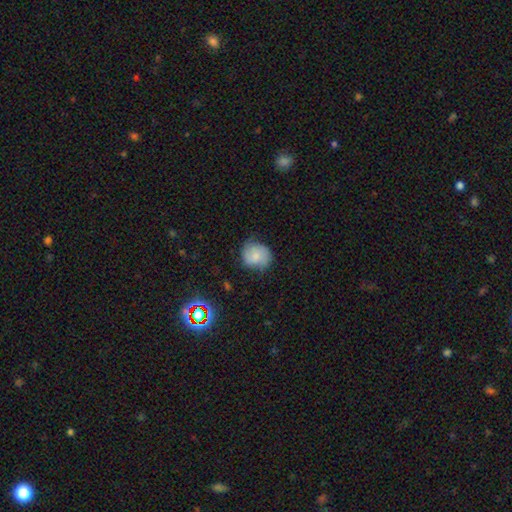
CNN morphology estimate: Smooth or featured? Predicted: smooth (p=0.62). How rounded? Predicted: round (p=0.77). Merging? Predicted: none (p=0.64).